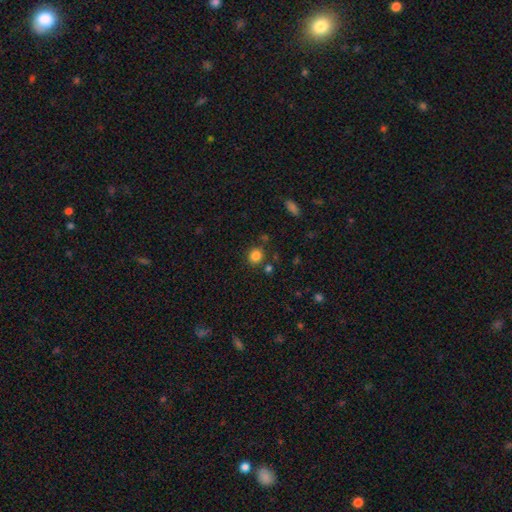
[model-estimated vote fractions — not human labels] Smooth or featured: smooth — 84% (star or artifact — 12%)
How rounded: round — 81% (in between — 18%)
Merging: none — 81% (minor disturbance — 9%)